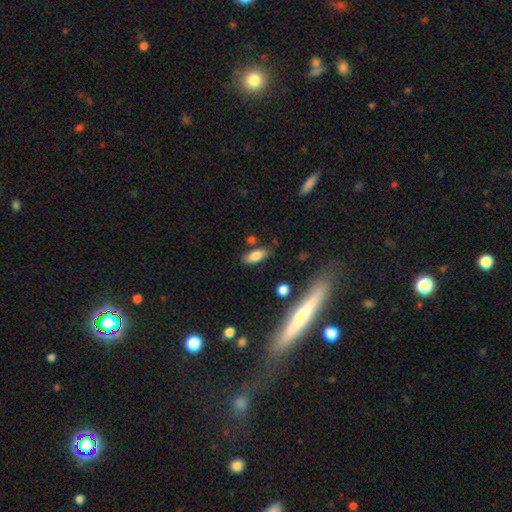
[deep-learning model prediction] Smooth or featured: smooth — 82% (featured or disk — 10%)
How rounded: in between — 79% (cigar-shaped — 18%)
Merging: none — 76% (minor disturbance — 15%)